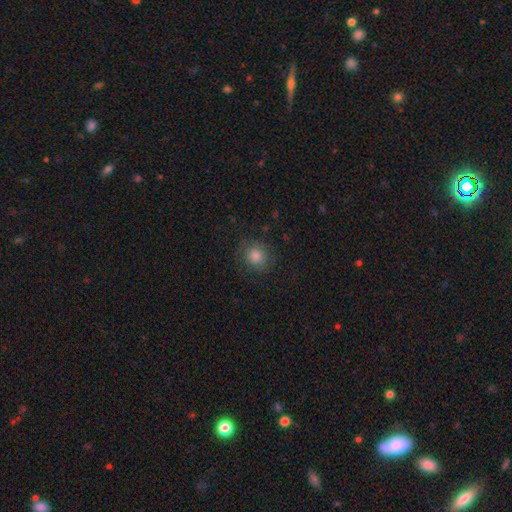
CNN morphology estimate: smooth-or-featured: smooth: 80% | star or artifact: 12% | featured or disk: 8%
  how-rounded: round: 88% | in between: 11% | cigar-shaped: 1%
  merging: none: 83% | minor disturbance: 12% | major disturbance: 4% | merger: 1%